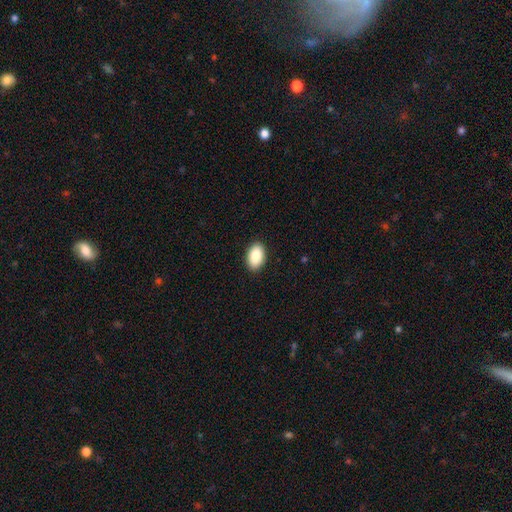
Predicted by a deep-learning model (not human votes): Smooth or featured?
  - smooth: 87% *
  - star or artifact: 7%
  - featured or disk: 6%
How rounded?
  - in between: 93% *
  - round: 6%
  - cigar-shaped: 1%
Merging?
  - none: 91% *
  - minor disturbance: 7%
  - major disturbance: 2%
  - merger: 1%